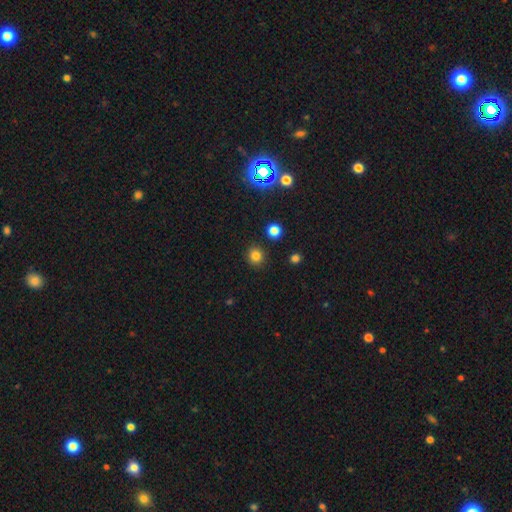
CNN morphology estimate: A smooth galaxy with no disk features (80%) that is round (87%).

Vote fractions:
- Smooth or featured? smooth: 80% / star or artifact: 15% / featured or disk: 5%
- How rounded? round: 87% / in between: 12% / cigar-shaped: 1%
- Merging? none: 88% / minor disturbance: 7% / merger: 3% / major disturbance: 2%